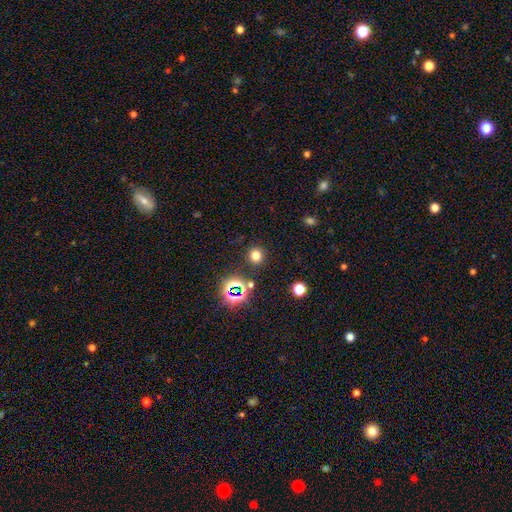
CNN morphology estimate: This appears to be a smooth galaxy with no disk features (71%) that is round (91%). Merging: none (88%).